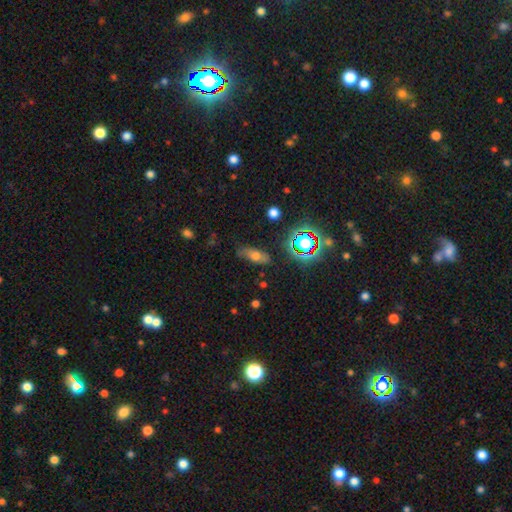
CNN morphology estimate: A smooth galaxy with no disk features (59%) that is in between round and cigar-shaped (69%). Merging: none (73%).